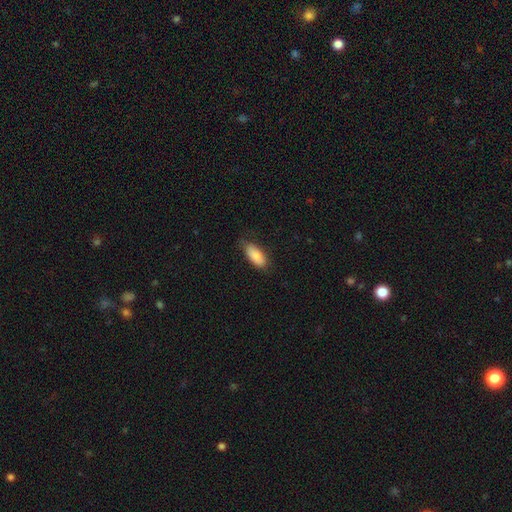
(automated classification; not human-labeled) Smooth or featured: smooth — 87% (featured or disk — 7%)
How rounded: in between — 86% (cigar-shaped — 13%)
Merging: none — 75% (minor disturbance — 20%)